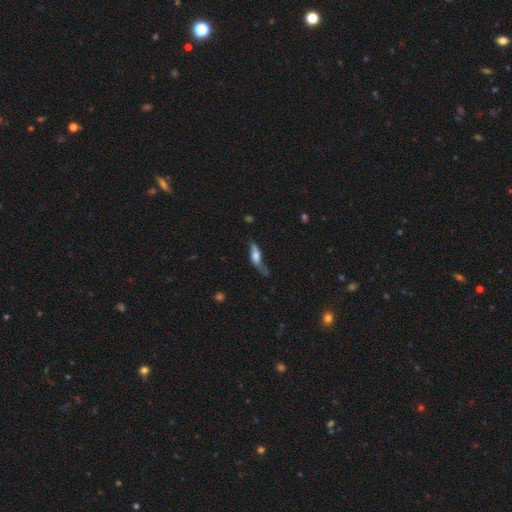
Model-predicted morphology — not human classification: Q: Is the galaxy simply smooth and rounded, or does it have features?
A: featured or disk — 50%.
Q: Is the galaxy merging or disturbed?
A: none — 46%.